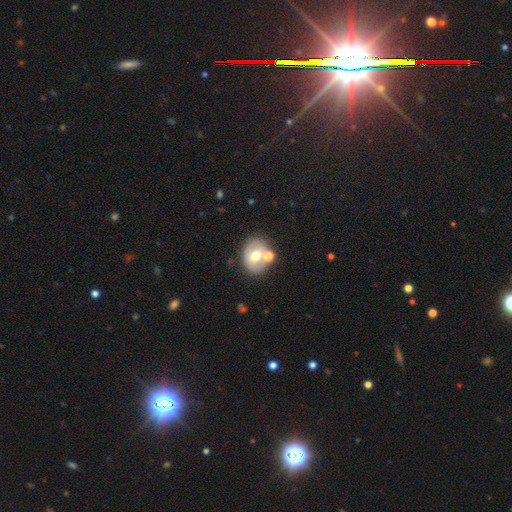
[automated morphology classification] Smooth or featured? smooth (52%)
How rounded? round (51%)
Merging? none (61%)